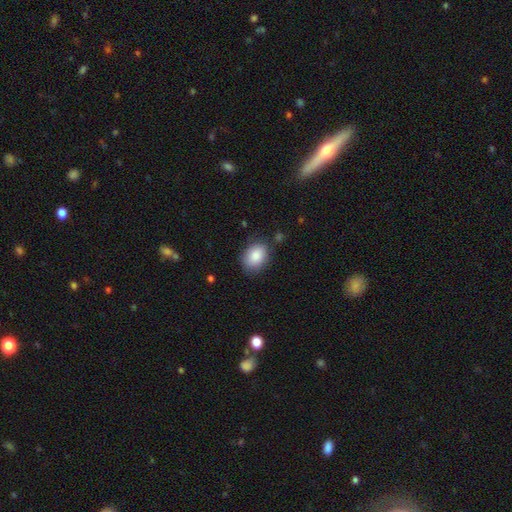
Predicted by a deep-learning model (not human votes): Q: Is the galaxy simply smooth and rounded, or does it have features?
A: smooth — 86%.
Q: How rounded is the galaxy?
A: in between — 74%.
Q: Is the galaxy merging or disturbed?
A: none — 79%.